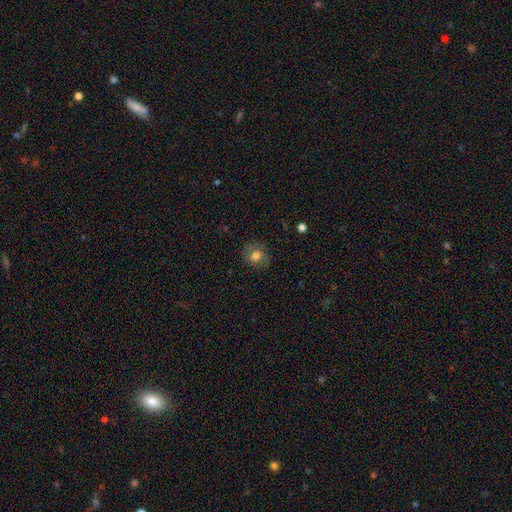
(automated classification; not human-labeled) This appears to be a smooth galaxy with no disk features (66%) that is round (65%). Merging: none (76%).